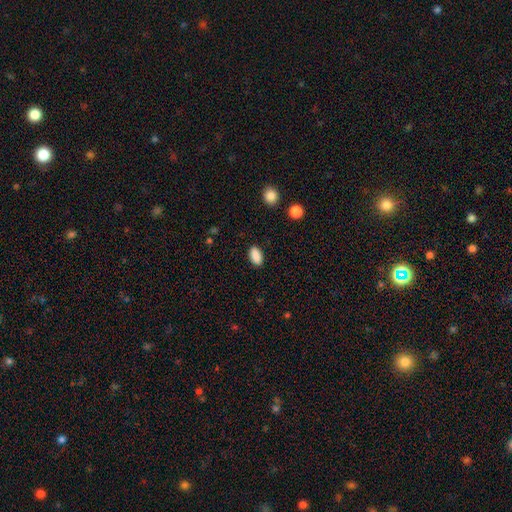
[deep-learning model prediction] Morphology: type=smooth (89%); roundness=in between (91%); merging=none (88%).